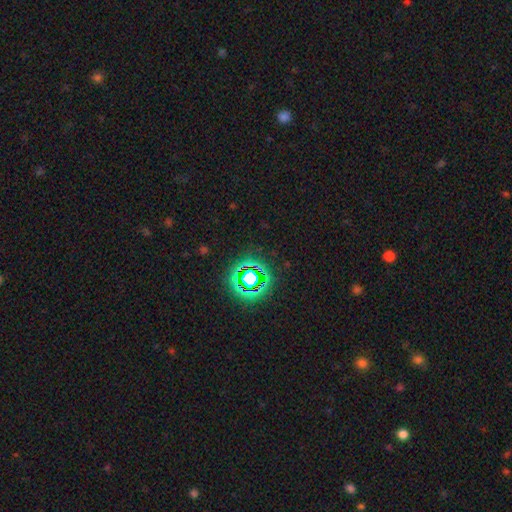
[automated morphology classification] A star or artifact, not a galaxy (74%).

Vote fractions:
- Smooth or featured? star or artifact: 74% / smooth: 18% / featured or disk: 9%